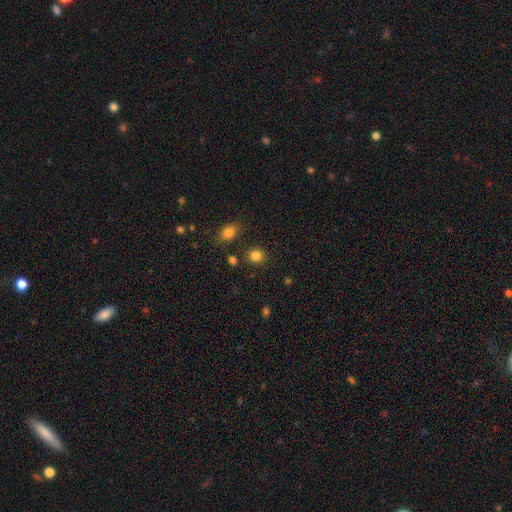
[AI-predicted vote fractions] Smooth or featured?
  - smooth: 83% *
  - star or artifact: 12%
  - featured or disk: 5%
How rounded?
  - round: 79% *
  - in between: 20%
  - cigar-shaped: 1%
Merging?
  - none: 84% *
  - minor disturbance: 9%
  - merger: 4%
  - major disturbance: 3%